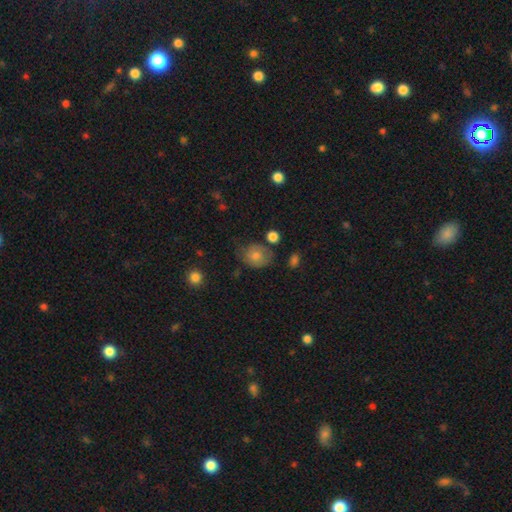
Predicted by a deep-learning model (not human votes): Q: Smooth or featured?
A: smooth (75%); runner-up: featured or disk (16%)
Q: How rounded?
A: round (60%); runner-up: in between (39%)
Q: Merging?
A: none (59%); runner-up: minor disturbance (27%)